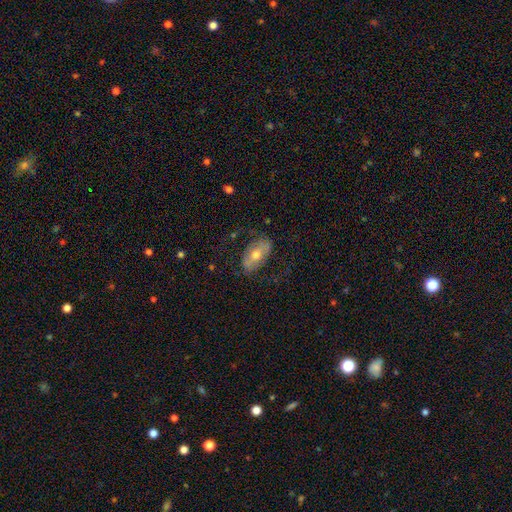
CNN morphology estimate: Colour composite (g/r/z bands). It shows a featured or disk galaxy (51%). Merging: none (69%).